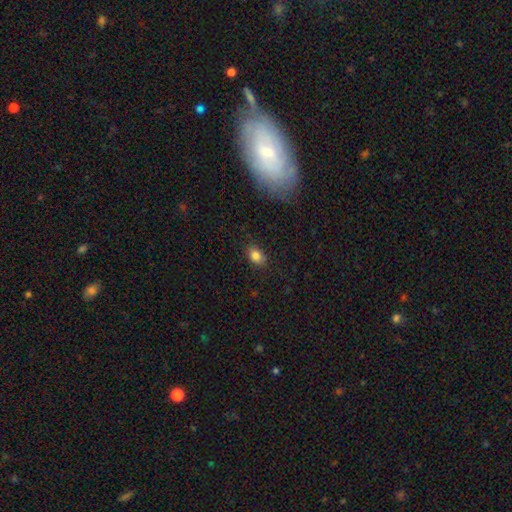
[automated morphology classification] Smooth or featured? smooth (83%)
How rounded? in between (78%)
Merging? none (85%)